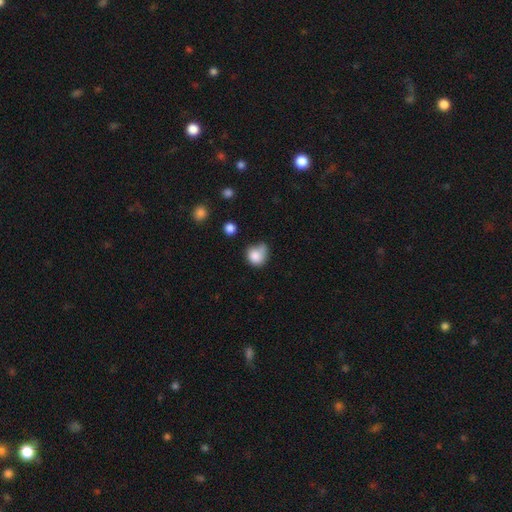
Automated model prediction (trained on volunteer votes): A smooth galaxy with no disk features (82%) that is round (72%). Merging: none (40%).